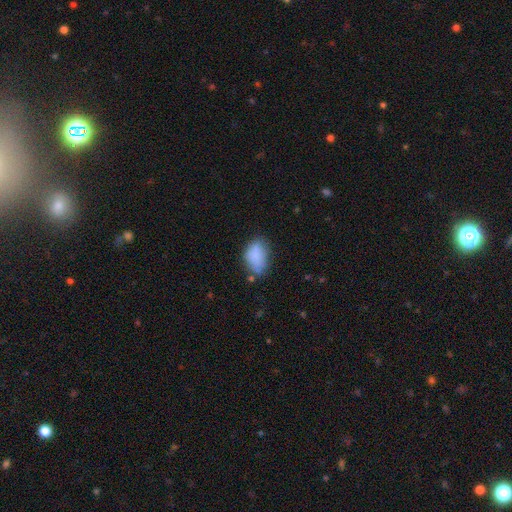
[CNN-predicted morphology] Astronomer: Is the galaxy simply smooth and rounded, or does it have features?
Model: smooth — 81%.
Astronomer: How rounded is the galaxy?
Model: in between — 89%.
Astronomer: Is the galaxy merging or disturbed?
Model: none — 52% (runner-up: minor disturbance, 32%).